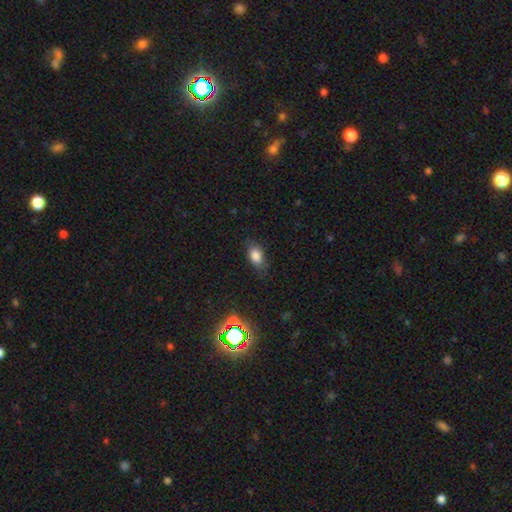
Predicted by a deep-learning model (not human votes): This appears to be a smooth galaxy with no disk features (82%) that is in between round and cigar-shaped (83%). Merging: none (74%).